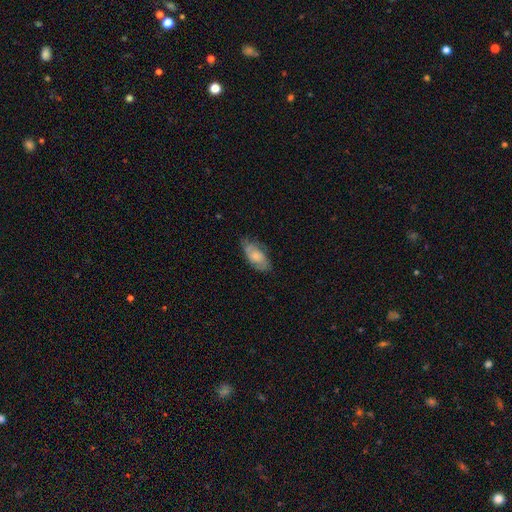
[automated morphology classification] Overall: smooth (47%; featured or disk 46%). Merging: none (67%).